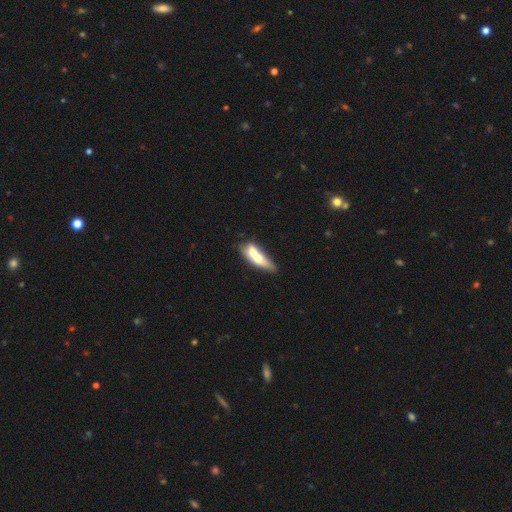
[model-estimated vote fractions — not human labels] smooth 56%, featured or disk 36%, star or artifact 8%. Down the decision tree: how rounded — in between (53%); merging — merger (55%).